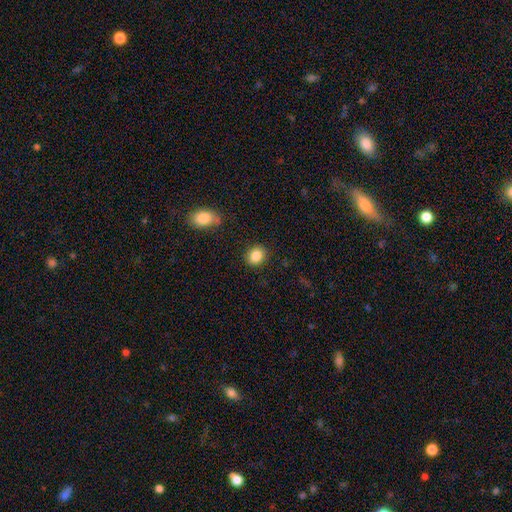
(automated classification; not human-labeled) The model was most divided on "how rounded": round: 64%, in between: 35%, cigar-shaped: 1%. More confident: merging — none (87%); smooth or featured — smooth (86%).